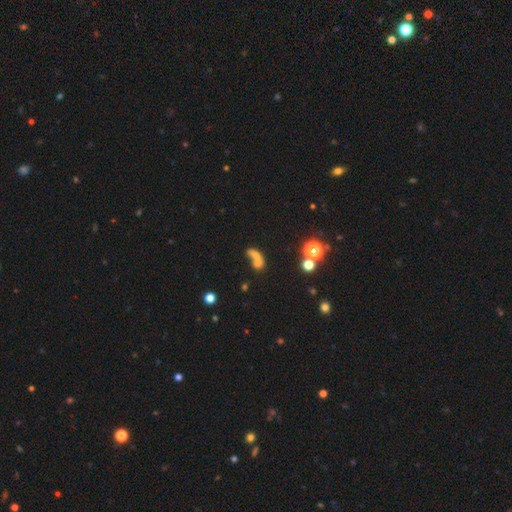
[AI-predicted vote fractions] Smooth or featured? smooth (59%)
How rounded? in between (54%)
Merging? merger (59%)